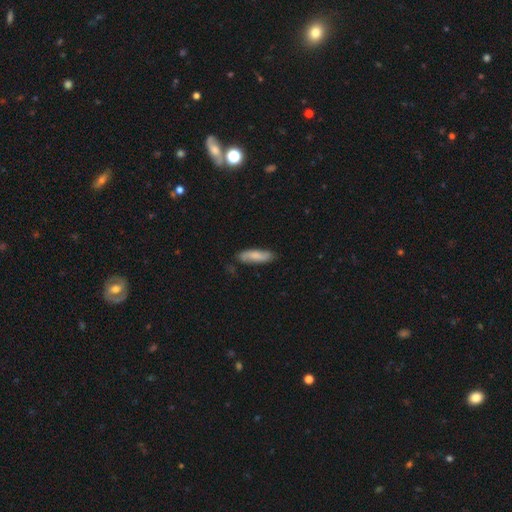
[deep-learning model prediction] Smooth or featured? smooth (67%)
How rounded? cigar-shaped (53%)
Merging? none (74%)